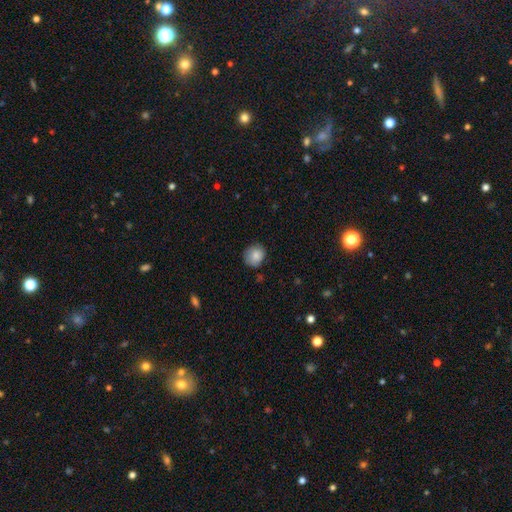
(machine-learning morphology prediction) Q: Smooth or featured?
A: smooth (84%); runner-up: star or artifact (8%)
Q: How rounded?
A: round (77%); runner-up: in between (22%)
Q: Merging?
A: none (74%); runner-up: minor disturbance (21%)